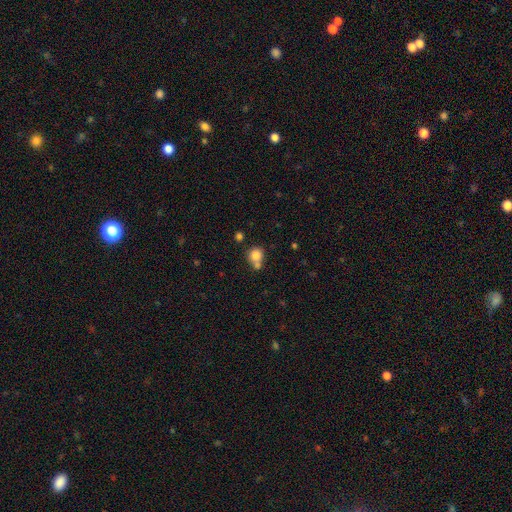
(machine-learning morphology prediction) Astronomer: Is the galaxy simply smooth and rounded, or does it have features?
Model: smooth — 82%.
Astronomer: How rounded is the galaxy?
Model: round — 82%.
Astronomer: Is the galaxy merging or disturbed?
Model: none — 50% (runner-up: merger, 34%).